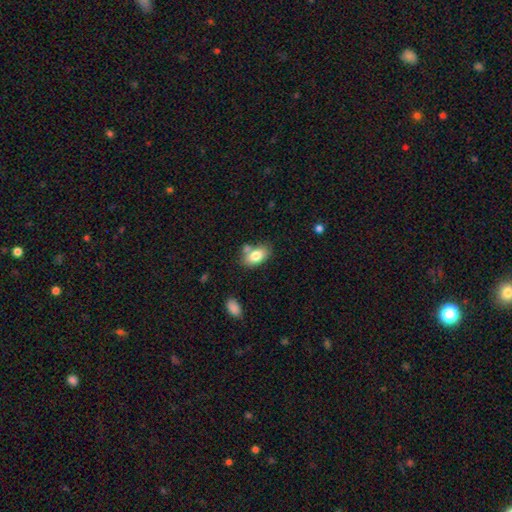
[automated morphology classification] Smooth or featured?
  - smooth: 79% *
  - featured or disk: 14%
  - star or artifact: 7%
How rounded?
  - in between: 90% *
  - round: 8%
  - cigar-shaped: 2%
Merging?
  - none: 59% *
  - merger: 20%
  - minor disturbance: 17%
  - major disturbance: 4%